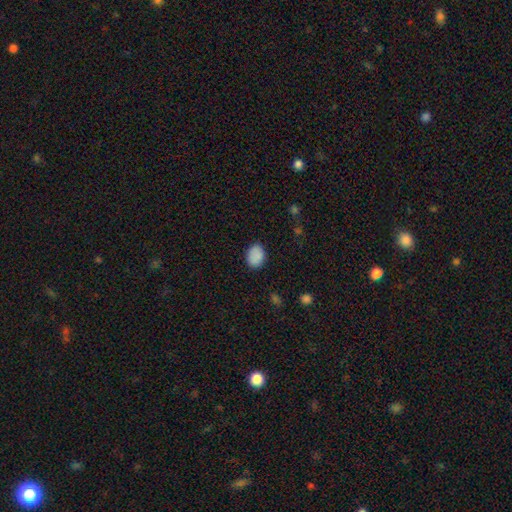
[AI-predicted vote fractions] smooth-or-featured: smooth: 87% | star or artifact: 8% | featured or disk: 5%
  how-rounded: in between: 71% | round: 28% | cigar-shaped: 1%
  merging: none: 83% | minor disturbance: 12% | major disturbance: 3% | merger: 1%